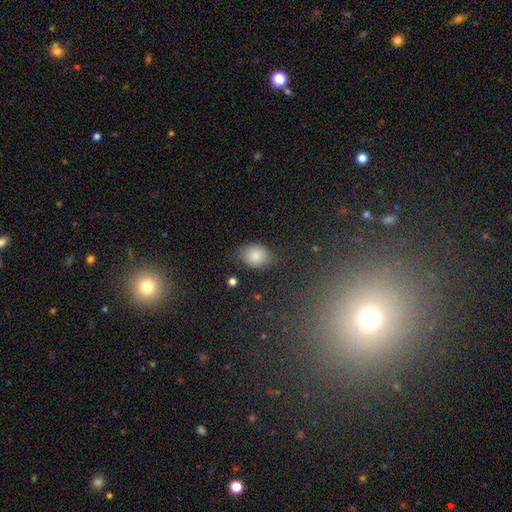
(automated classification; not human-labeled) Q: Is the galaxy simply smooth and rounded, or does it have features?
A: smooth — 85%.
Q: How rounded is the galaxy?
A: in between — 63%.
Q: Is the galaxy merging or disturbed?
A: none — 75%.